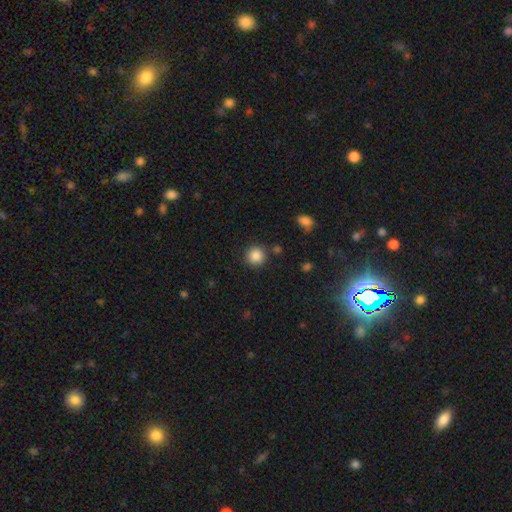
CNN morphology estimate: Q: Smooth or featured?
A: smooth (87%); runner-up: star or artifact (10%)
Q: How rounded?
A: round (94%); runner-up: in between (5%)
Q: Merging?
A: none (87%); runner-up: minor disturbance (7%)